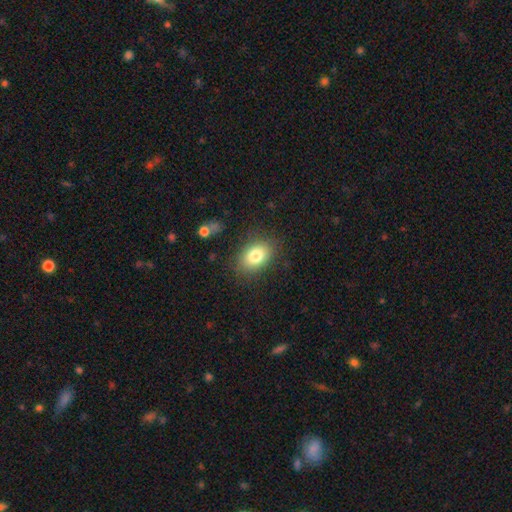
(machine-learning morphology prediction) Smooth or featured? smooth (80%)
How rounded? in between (81%)
Merging? none (83%)